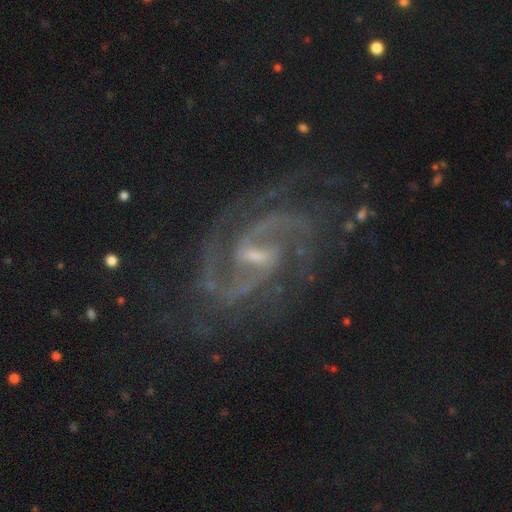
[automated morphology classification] Smooth or featured? featured or disk (93%)
Edge-on disk? no (98%)
Bar? weak (55%)
Spiral arms? yes (98%)
Spiral winding? medium (60%)
Spiral arm count? 2 (80%)
Bulge size? small (59%)
Merging? none (73%)